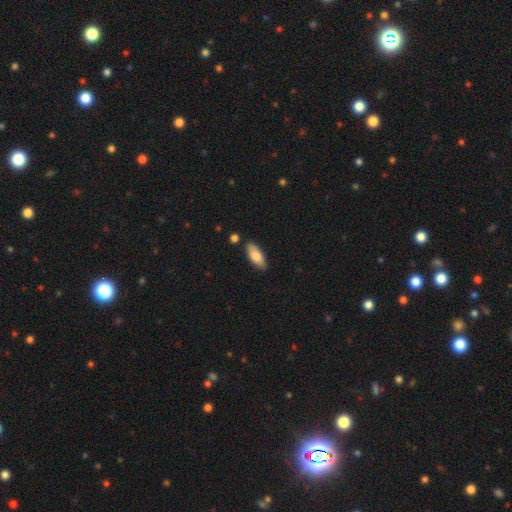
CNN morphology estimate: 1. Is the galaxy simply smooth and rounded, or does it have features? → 80% smooth, 14% featured or disk, 6% star or artifact.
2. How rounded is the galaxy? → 78% in between, 20% cigar-shaped, 2% round.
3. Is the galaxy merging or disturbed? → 83% none, 11% minor disturbance, 3% merger, 2% major disturbance.